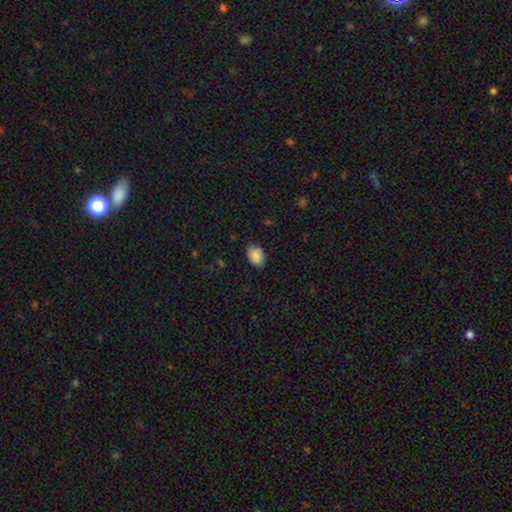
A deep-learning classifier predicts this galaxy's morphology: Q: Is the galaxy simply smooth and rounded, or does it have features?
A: smooth — 88%.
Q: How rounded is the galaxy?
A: in between — 81%.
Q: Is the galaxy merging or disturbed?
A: none — 81%.